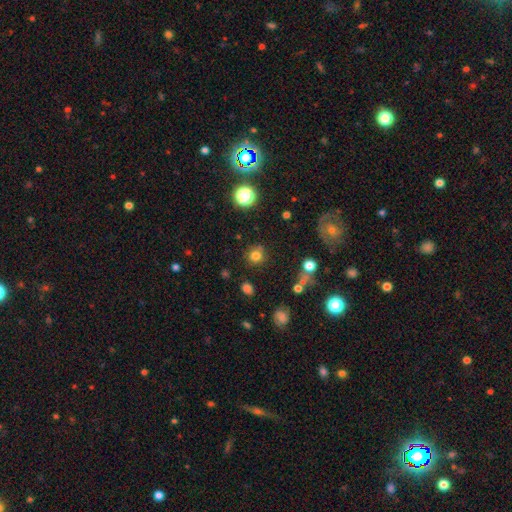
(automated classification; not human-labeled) smooth_or_featured: smooth (p=0.77) [alt: star or artifact p=0.16]
how_rounded: round (p=0.90) [alt: in between p=0.09]
merging: none (p=0.81) [alt: minor disturbance p=0.11]